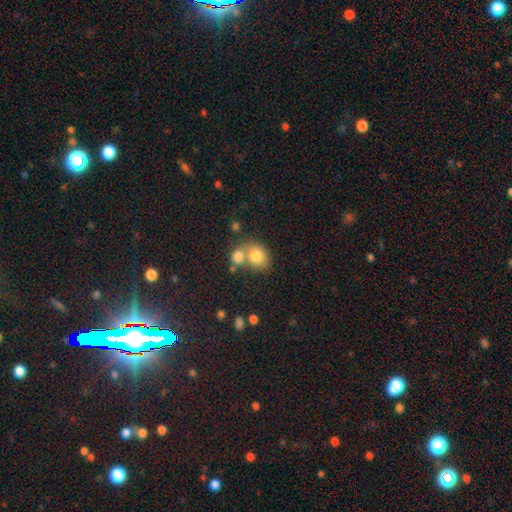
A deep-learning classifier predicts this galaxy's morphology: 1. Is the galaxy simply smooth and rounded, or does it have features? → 79% smooth, 11% featured or disk, 10% star or artifact.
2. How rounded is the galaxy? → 61% round, 38% in between, 1% cigar-shaped.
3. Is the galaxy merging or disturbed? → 51% merger, 37% none, 9% minor disturbance, 4% major disturbance.